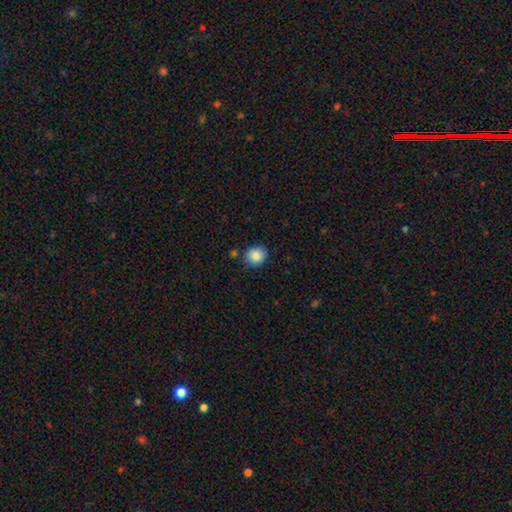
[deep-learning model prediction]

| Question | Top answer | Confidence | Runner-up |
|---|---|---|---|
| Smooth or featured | smooth | 87% | star or artifact (8%) |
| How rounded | round | 77% | in between (22%) |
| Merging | none | 83% | minor disturbance (12%) |